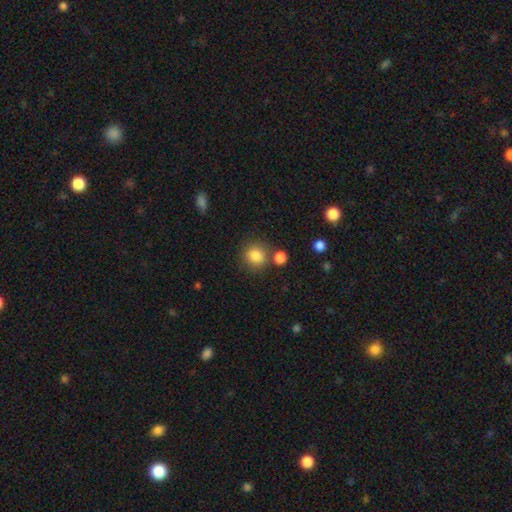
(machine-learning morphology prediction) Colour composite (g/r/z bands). It shows a smooth galaxy with no disk features (84%) that is round (80%). Merging: none (73%).